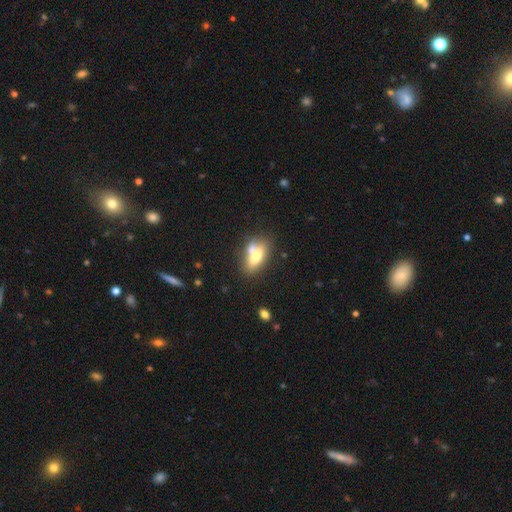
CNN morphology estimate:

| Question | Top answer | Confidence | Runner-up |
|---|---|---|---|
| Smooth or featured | smooth | 65% | featured or disk (26%) |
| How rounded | in between | 78% | cigar-shaped (15%) |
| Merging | none | 50% | merger (31%) |